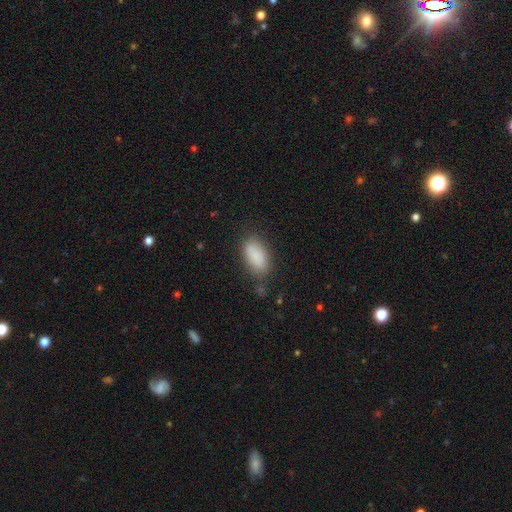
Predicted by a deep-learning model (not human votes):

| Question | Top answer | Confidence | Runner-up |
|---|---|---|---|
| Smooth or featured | smooth | 88% | star or artifact (7%) |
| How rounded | in between | 89% | cigar-shaped (8%) |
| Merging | none | 78% | minor disturbance (15%) |